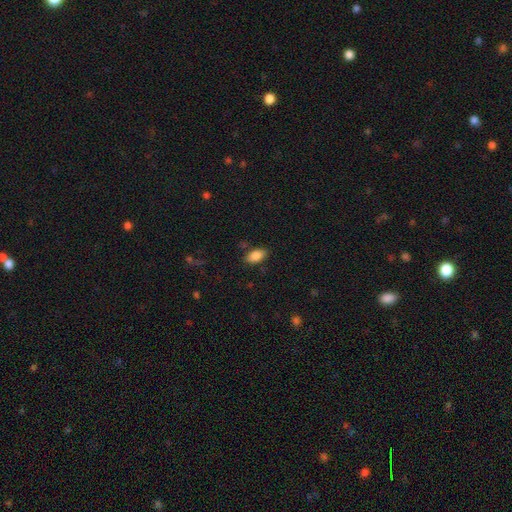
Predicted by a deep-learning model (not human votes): Smooth or featured? smooth (86%)
How rounded? in between (93%)
Merging? none (82%)